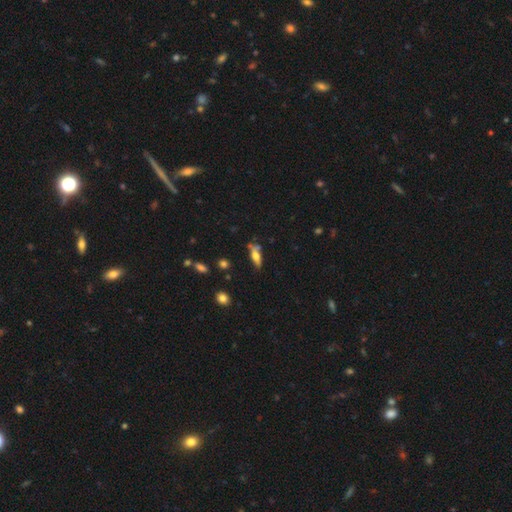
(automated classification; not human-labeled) Overall: smooth (54%; featured or disk 37%). How rounded: in between (58%; cigar-shaped 39%). Merging: none (54%; minor disturbance 25%).